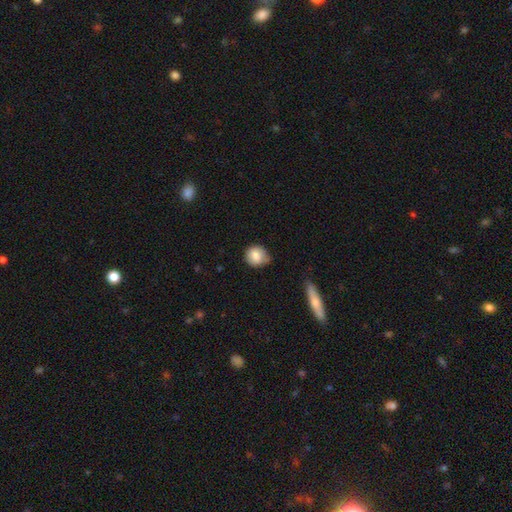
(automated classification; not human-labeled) smooth 82%, featured or disk 10%, star or artifact 8%. Down the decision tree: how rounded — round (81%); merging — none (63%).